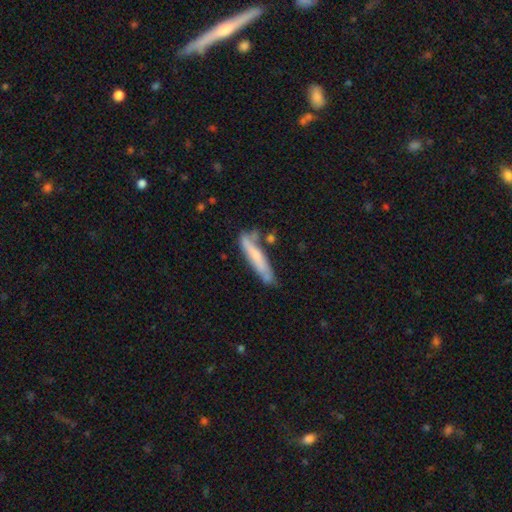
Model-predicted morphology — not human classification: Smooth or featured: smooth — 59% (featured or disk — 35%)
How rounded: cigar-shaped — 89% (in between — 10%)
Merging: none — 60% (minor disturbance — 24%)